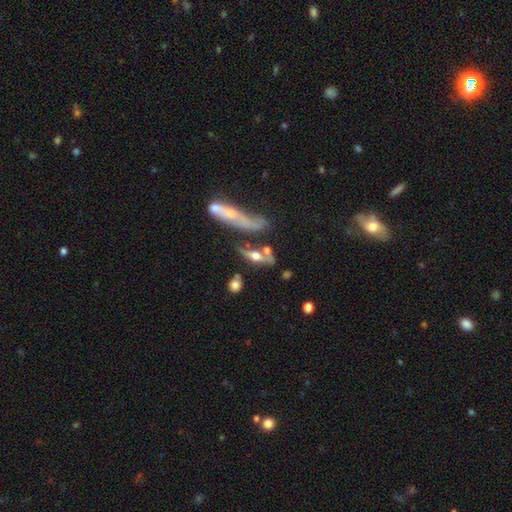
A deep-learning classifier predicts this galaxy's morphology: smooth-or-featured: featured or disk: 55% | smooth: 35% | star or artifact: 10%
  disk-edge-on: yes: 73% | no: 27%
  merging: none: 41% | merger: 29% | minor disturbance: 17% | major disturbance: 12%